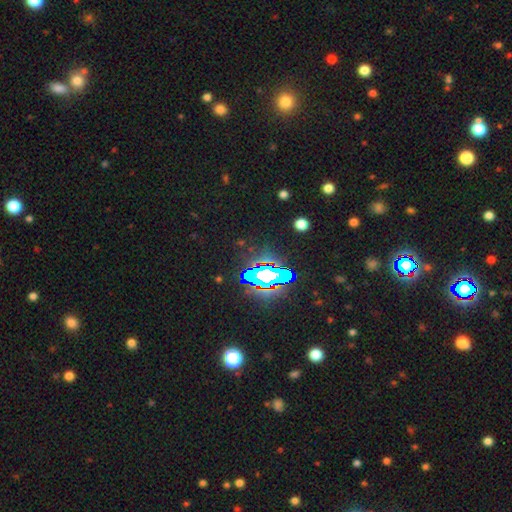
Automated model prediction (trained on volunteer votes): A star or artifact, not a galaxy (69%).